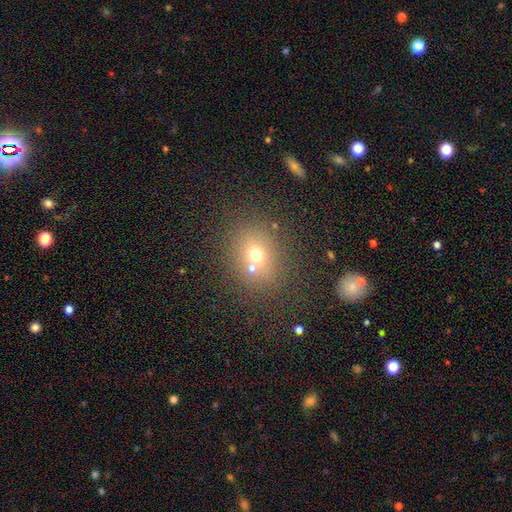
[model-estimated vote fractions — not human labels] Smooth or featured? Predicted: smooth (p=0.65). How rounded? Predicted: round (p=0.70). Merging? Predicted: none (p=0.67).